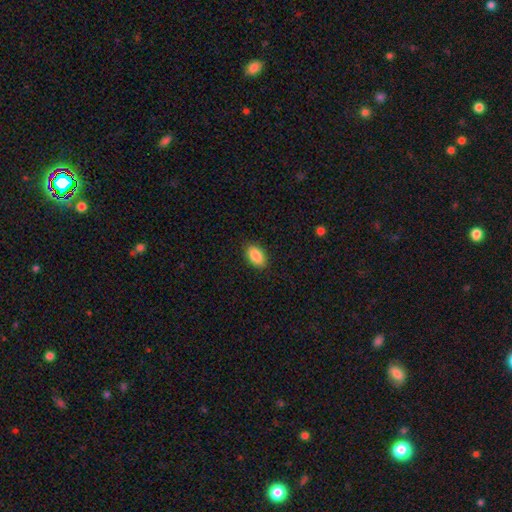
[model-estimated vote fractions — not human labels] smooth-or-featured: smooth: 89% | star or artifact: 7% | featured or disk: 4%
  how-rounded: in between: 93% | round: 5% | cigar-shaped: 2%
  merging: none: 88% | minor disturbance: 9% | major disturbance: 2% | merger: 1%